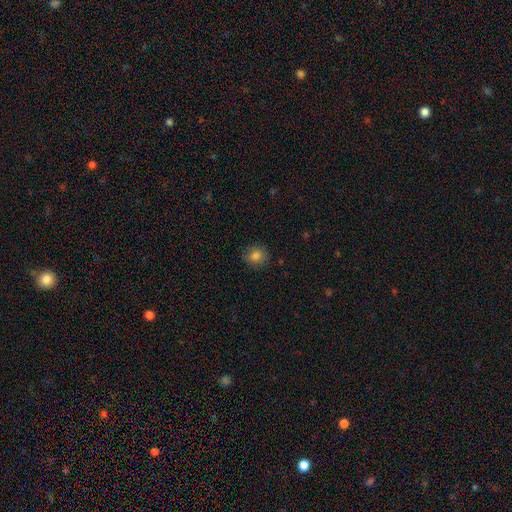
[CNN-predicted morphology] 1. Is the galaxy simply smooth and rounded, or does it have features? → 82% smooth, 11% star or artifact, 7% featured or disk.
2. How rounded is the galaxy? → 81% round, 18% in between, 1% cigar-shaped.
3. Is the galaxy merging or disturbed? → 86% none, 11% minor disturbance, 2% major disturbance, 1% merger.